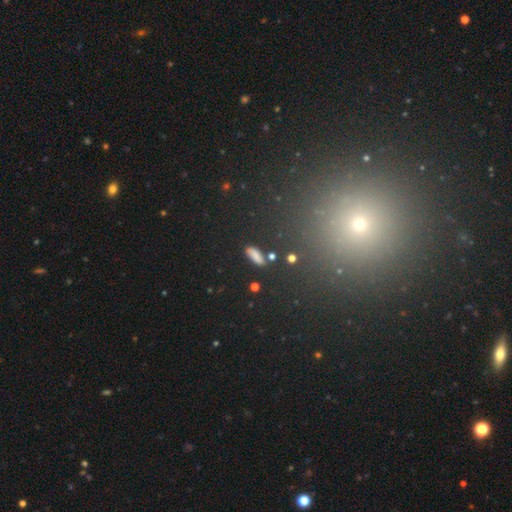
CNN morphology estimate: smooth 80%, star or artifact 12%, featured or disk 8%. Down the decision tree: how rounded — in between (51%); merging — none (79%).